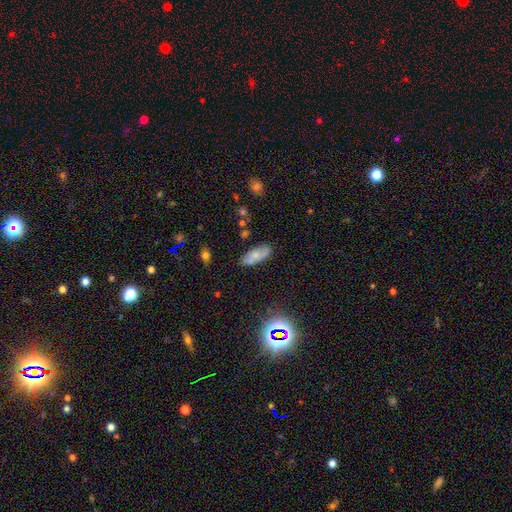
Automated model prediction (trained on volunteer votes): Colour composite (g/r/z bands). It shows a smooth galaxy with no disk features (66%) that is in between round and cigar-shaped (76%). Merging: none (78%).